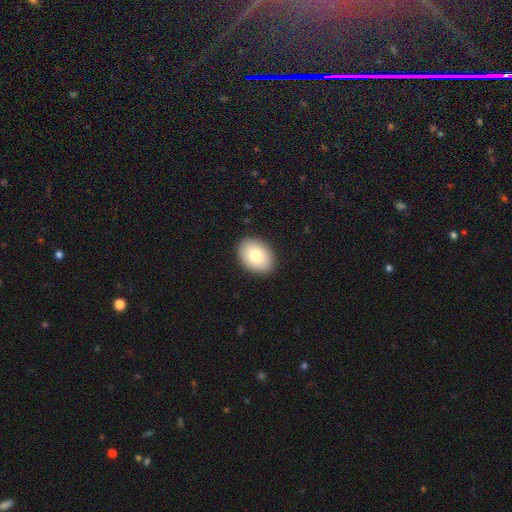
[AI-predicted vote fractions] A smooth galaxy with no disk features (83%) that is in between round and cigar-shaped (74%). Merging: none (90%).